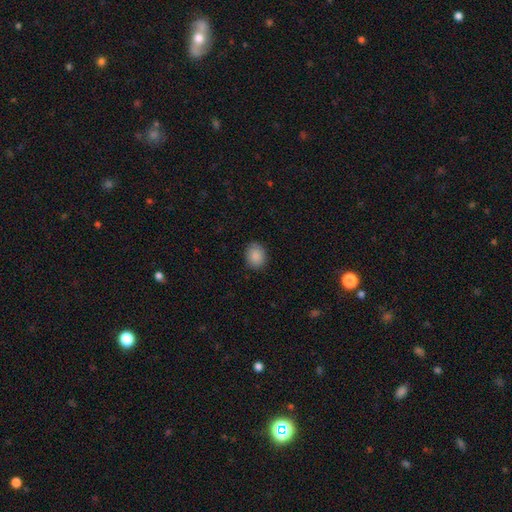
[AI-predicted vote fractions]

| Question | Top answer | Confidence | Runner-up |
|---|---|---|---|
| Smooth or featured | smooth | 88% | star or artifact (8%) |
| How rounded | round | 50% | in between (49%) |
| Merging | none | 87% | minor disturbance (9%) |